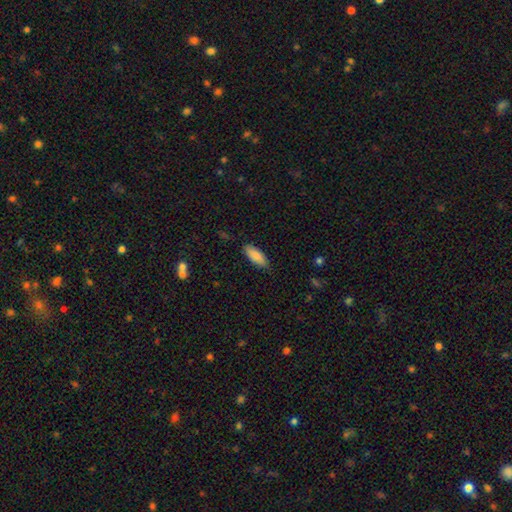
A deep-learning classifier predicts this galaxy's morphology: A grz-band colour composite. It shows a smooth galaxy with no disk features (87%) that is in between round and cigar-shaped (76%). Merging: none (84%).